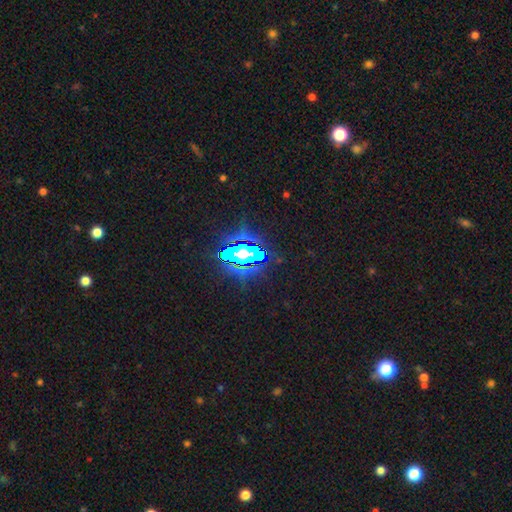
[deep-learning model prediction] smooth-or-featured: star or artifact: 65% | smooth: 20% | featured or disk: 15%